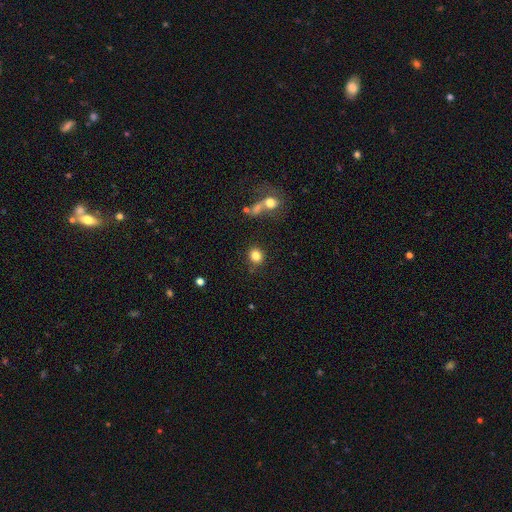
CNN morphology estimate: Smooth or featured?
  - smooth: 83% *
  - star or artifact: 11%
  - featured or disk: 6%
How rounded?
  - round: 83% *
  - in between: 16%
  - cigar-shaped: 1%
Merging?
  - none: 82% *
  - minor disturbance: 9%
  - merger: 5%
  - major disturbance: 4%